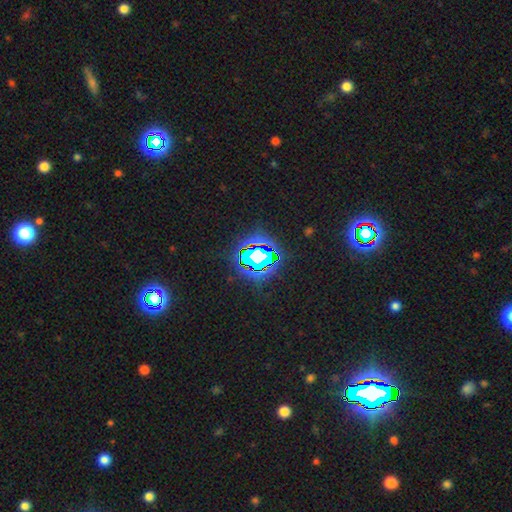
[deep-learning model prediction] smooth_or_featured: star or artifact (p=0.78) [alt: smooth p=0.13]